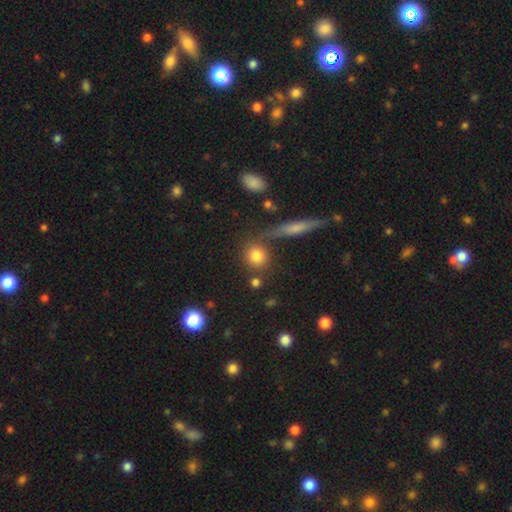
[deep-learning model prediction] This appears to be a smooth galaxy with no disk features (80%) that is round (85%). Merging: none (72%).